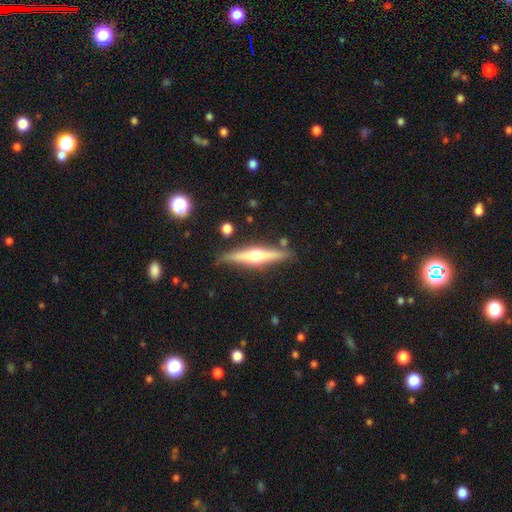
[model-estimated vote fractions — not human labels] Smooth or featured? featured or disk (70%)
Edge-on disk? yes (97%)
Edge-on bulge? rounded (94%)
Merging? none (83%)